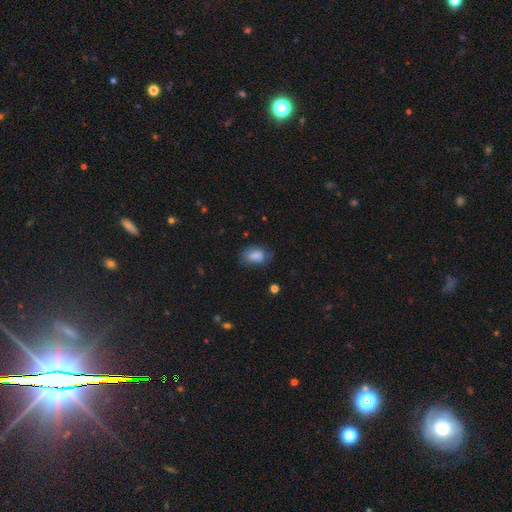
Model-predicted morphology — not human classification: This appears to be a smooth galaxy with no disk features (79%) that is in between round and cigar-shaped (81%). Merging: none (59%).